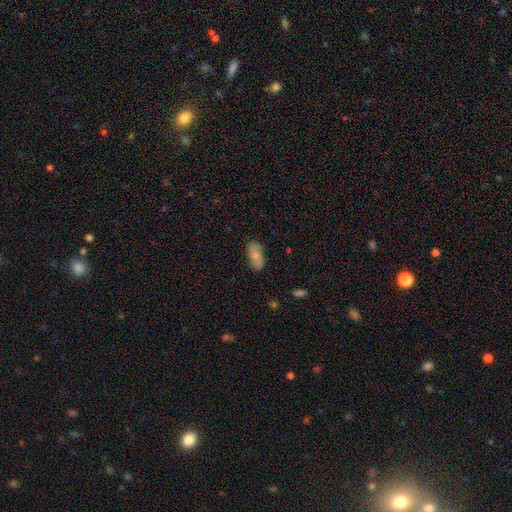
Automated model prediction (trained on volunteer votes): This is likely a smooth galaxy (74%). How rounded: clearly in between (89%). Merging: likely none (79%).